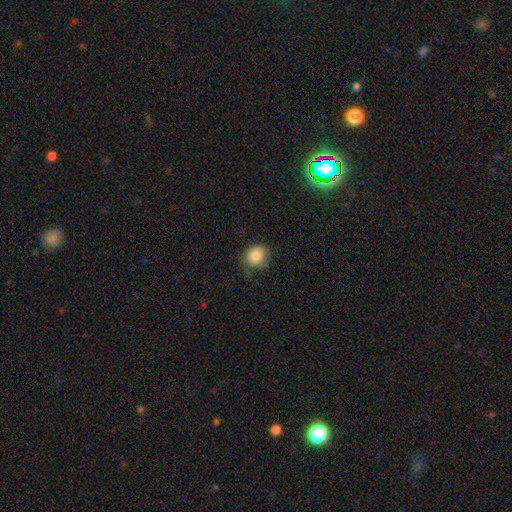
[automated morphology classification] Q: Smooth or featured?
A: smooth (82%); runner-up: featured or disk (10%)
Q: How rounded?
A: round (67%); runner-up: in between (32%)
Q: Merging?
A: none (55%); runner-up: minor disturbance (30%)